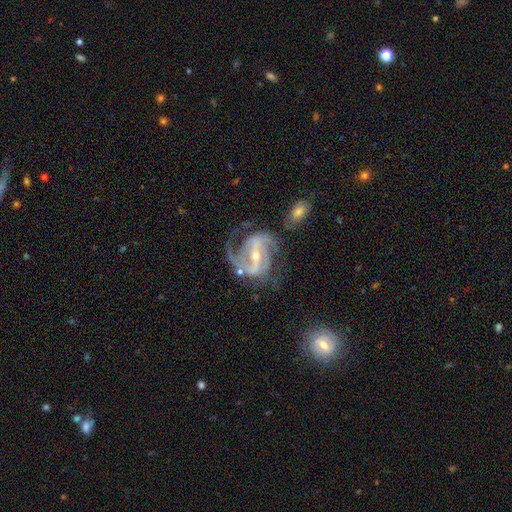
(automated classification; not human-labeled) Smooth or featured?
  - featured or disk: 91% *
  - star or artifact: 5%
  - smooth: 4%
Edge-on disk?
  - no: 97% *
  - yes: 3%
Bar?
  - strong: 65% *
  - weak: 27%
  - no: 8%
Spiral arms?
  - yes: 97% *
  - no: 3%
Spiral winding?
  - medium: 53% *
  - tight: 24%
  - loose: 23%
Spiral arm count?
  - 2: 73% *
  - 3: 11%
  - can't tell: 6%
  - 1: 5%
  - 4: 3%
  - more than 4: 2%
Bulge size?
  - small: 57% *
  - moderate: 39%
  - large: 1%
  - none: 1%
  - dominant: 1%
Merging?
  - none: 57% *
  - minor disturbance: 20%
  - major disturbance: 18%
  - merger: 5%